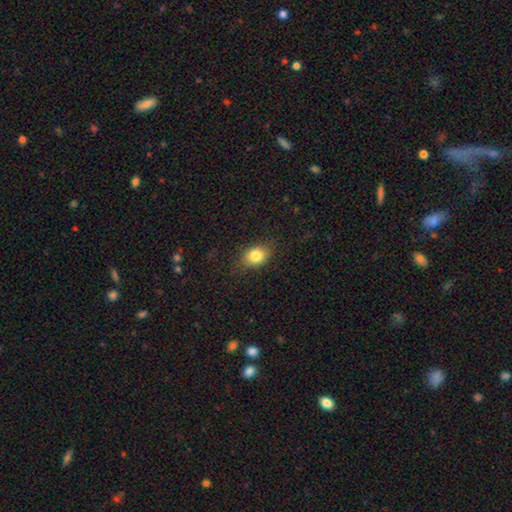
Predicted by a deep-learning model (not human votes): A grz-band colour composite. It shows a smooth galaxy with no disk features (82%) that is in between round and cigar-shaped (65%). Merging: none (82%).